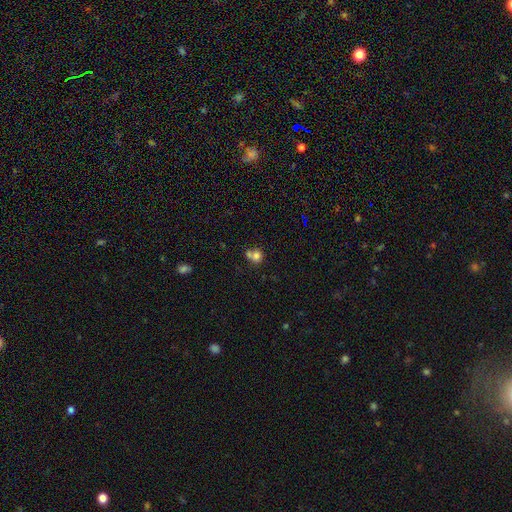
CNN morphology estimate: smooth-or-featured: smooth: 76% | featured or disk: 12% | star or artifact: 12%
  how-rounded: round: 81% | in between: 18% | cigar-shaped: 1%
  merging: merger: 45% | none: 40% | minor disturbance: 10% | major disturbance: 5%